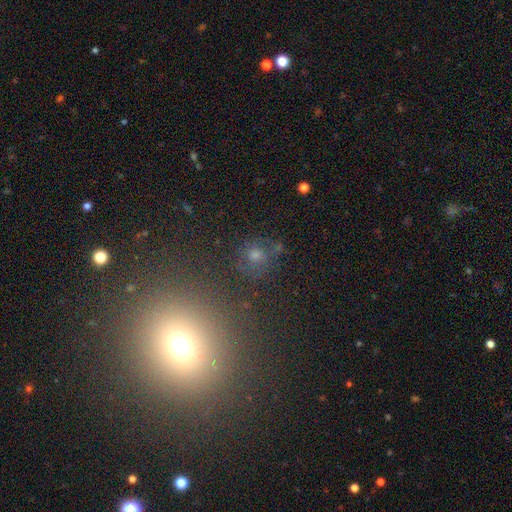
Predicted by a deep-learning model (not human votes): A smooth galaxy with no disk features (53%) that is round (86%). Merging: none (70%).